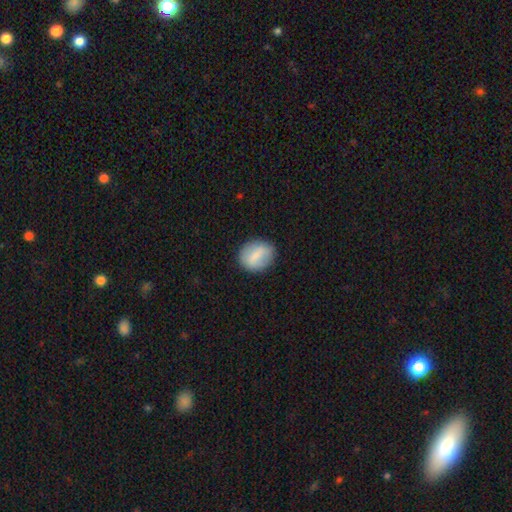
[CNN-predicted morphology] This is likely a smooth galaxy (71%). How rounded: possibly round (52%). Merging: clearly none (82%).